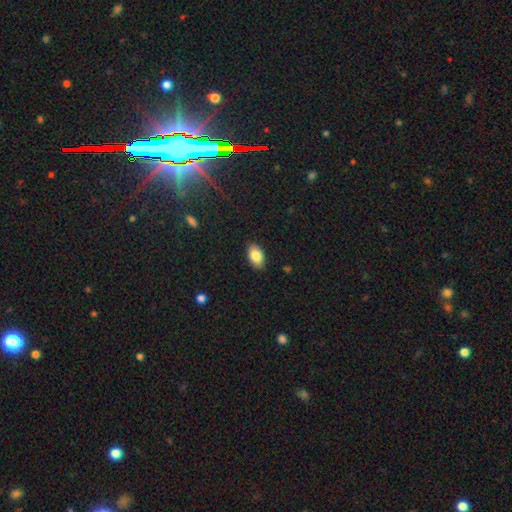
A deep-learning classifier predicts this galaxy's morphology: Q: Smooth or featured?
A: smooth (85%); runner-up: featured or disk (8%)
Q: How rounded?
A: in between (92%); runner-up: round (7%)
Q: Merging?
A: none (88%); runner-up: minor disturbance (9%)